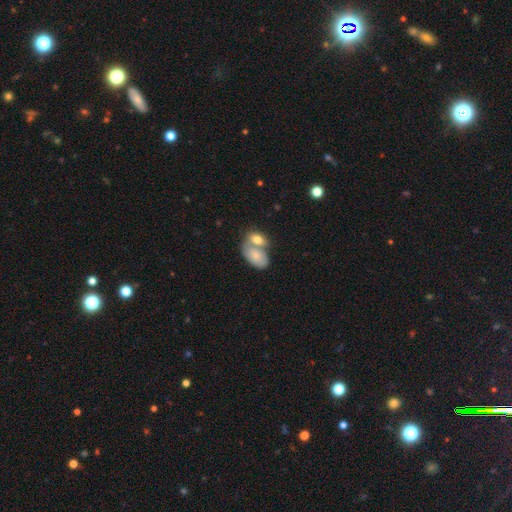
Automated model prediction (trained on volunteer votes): smooth-or-featured: smooth: 75% | featured or disk: 19% | star or artifact: 6%
  how-rounded: in between: 91% | round: 7% | cigar-shaped: 2%
  merging: merger: 63% | none: 24% | minor disturbance: 9% | major disturbance: 4%